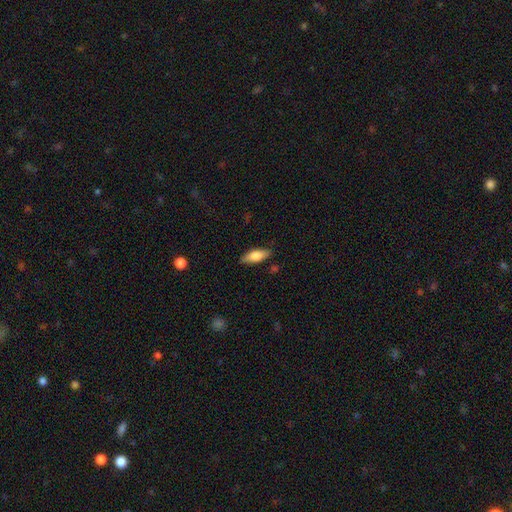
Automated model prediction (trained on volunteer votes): A smooth galaxy with no disk features (74%) that is in between round and cigar-shaped (74%). Merging: none (83%).